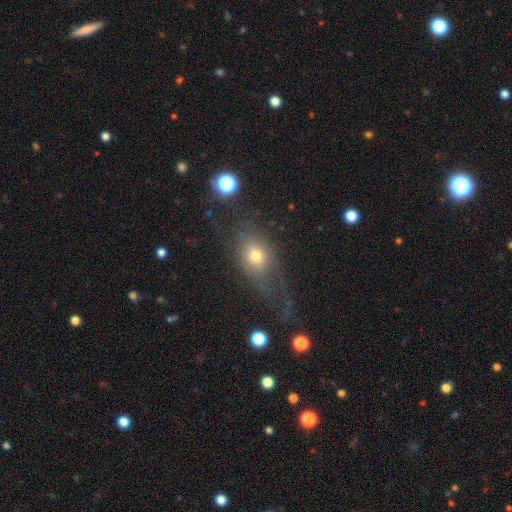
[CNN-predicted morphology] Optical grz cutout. It shows a smooth galaxy with no disk features (61%) that is in between round and cigar-shaped (65%). Merging: none (46%).